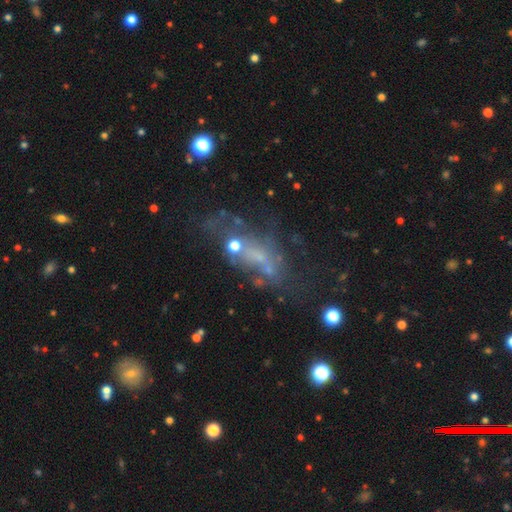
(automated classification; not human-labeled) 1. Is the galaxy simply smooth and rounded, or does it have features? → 50% featured or disk, 25% smooth, 25% star or artifact.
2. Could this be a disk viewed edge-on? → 88% no, 12% yes.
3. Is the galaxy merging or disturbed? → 36% none, 30% major disturbance, 18% minor disturbance, 16% merger.